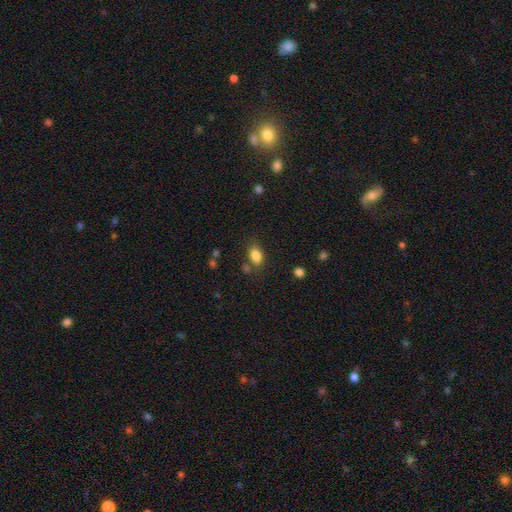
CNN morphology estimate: This is clearly a smooth galaxy (84%). How rounded: clearly in between (85%). Merging: likely none (73%).